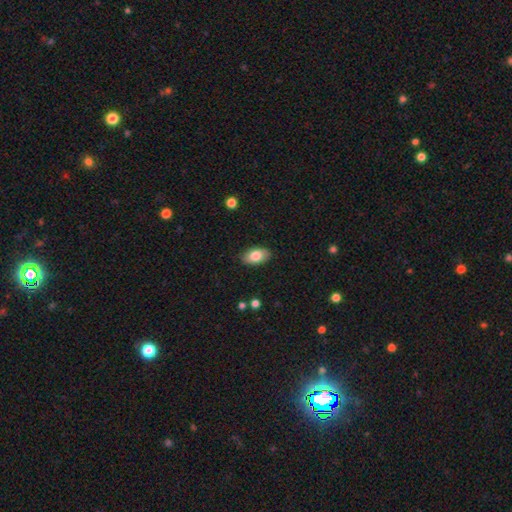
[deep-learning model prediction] Morphology: type=smooth (82%); roundness=in between (93%); merging=none (87%).